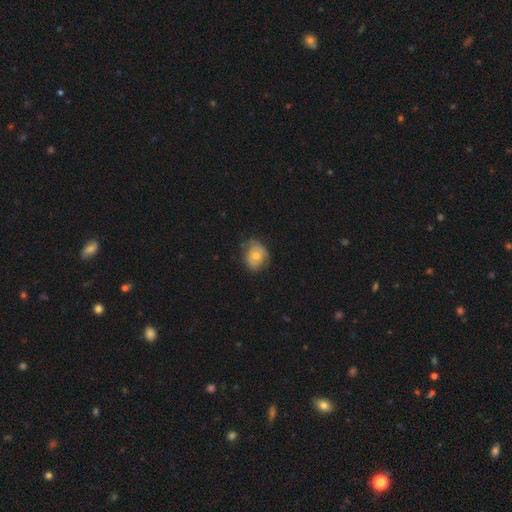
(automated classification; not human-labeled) This is possibly a smooth galaxy (55%). How rounded: likely round (61%). Merging: possibly none (60%).